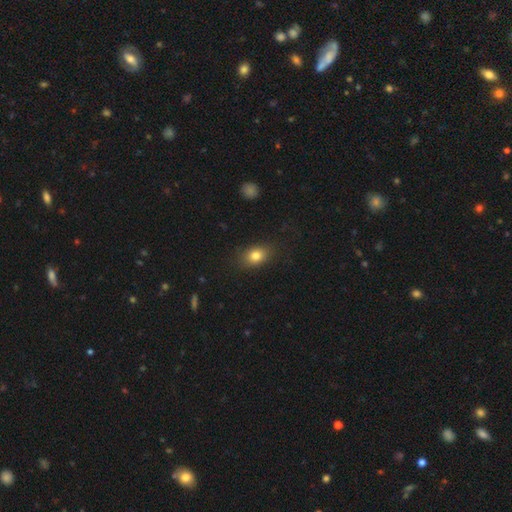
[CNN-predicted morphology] This is clearly a smooth galaxy (81%). How rounded: likely in between (71%). Merging: clearly none (83%).